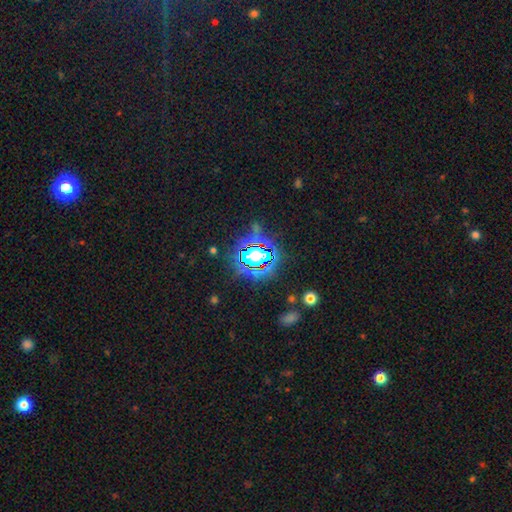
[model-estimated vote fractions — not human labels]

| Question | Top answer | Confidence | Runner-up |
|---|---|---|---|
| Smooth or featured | star or artifact | 80% | smooth (12%) |